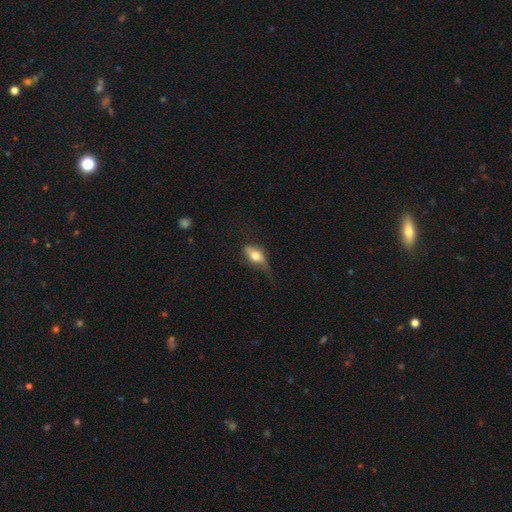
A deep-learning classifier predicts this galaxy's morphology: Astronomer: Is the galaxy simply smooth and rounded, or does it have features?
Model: smooth — 66%.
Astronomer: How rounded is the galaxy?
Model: in between — 81%.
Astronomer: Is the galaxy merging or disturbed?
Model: minor disturbance — 37% (runner-up: none, 34%).